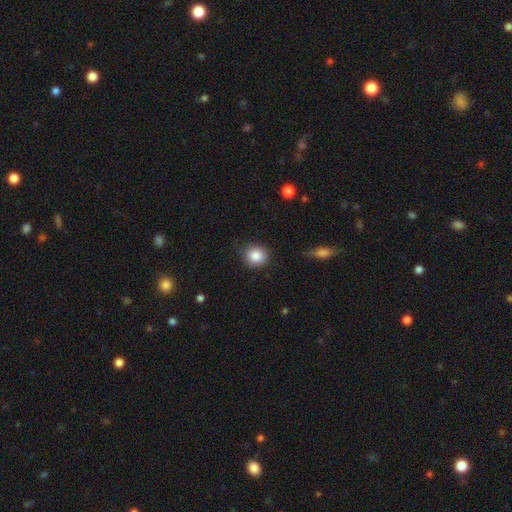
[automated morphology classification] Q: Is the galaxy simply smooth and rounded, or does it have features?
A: smooth — 85%.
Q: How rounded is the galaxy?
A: round — 86%.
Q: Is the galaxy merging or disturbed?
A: none — 83%.